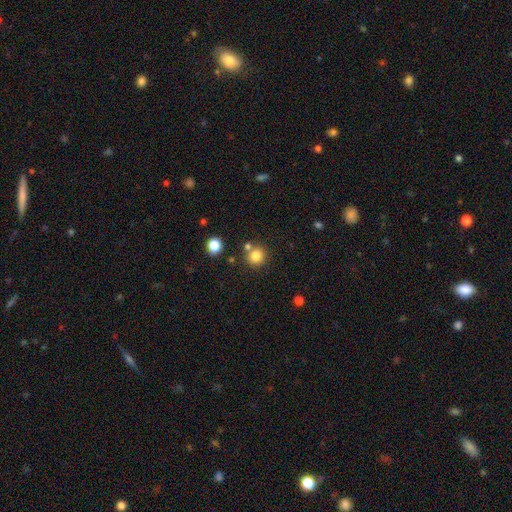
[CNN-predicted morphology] This appears to be a smooth galaxy with no disk features (82%) that is round (90%). Merging: none (74%).